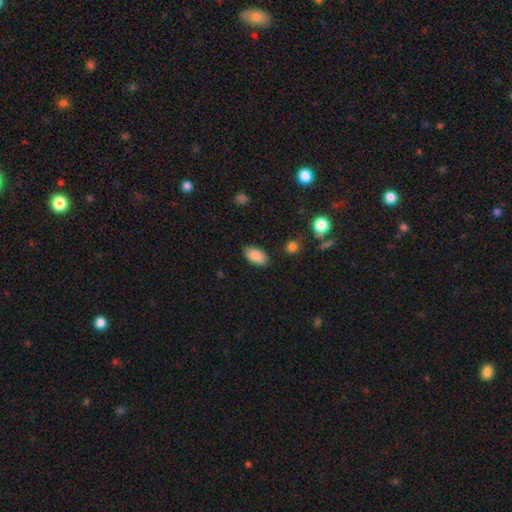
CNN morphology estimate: This appears to be a smooth galaxy with no disk features (88%) that is in between round and cigar-shaped (94%). Merging: none (85%).